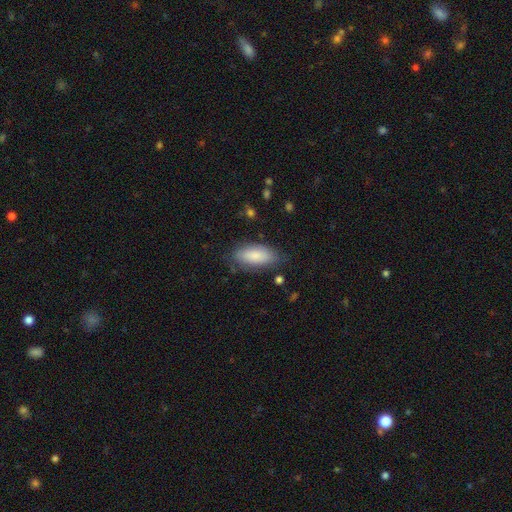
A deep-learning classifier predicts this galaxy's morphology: smooth_or_featured: smooth (p=0.83) [alt: featured or disk p=0.11]
how_rounded: in between (p=0.86) [alt: cigar-shaped p=0.12]
merging: none (p=0.73) [alt: minor disturbance p=0.20]